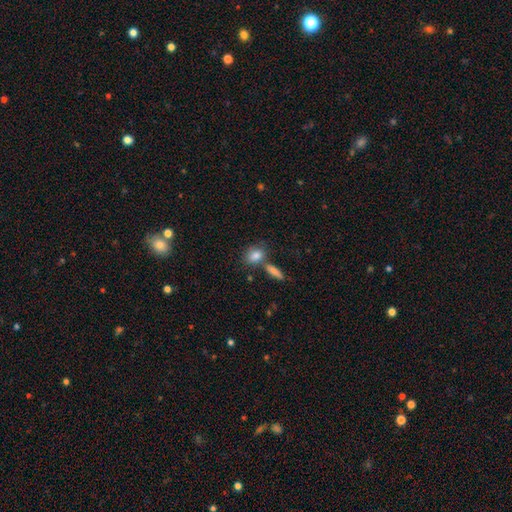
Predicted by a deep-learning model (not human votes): smooth 84%, featured or disk 9%, star or artifact 8%. Down the decision tree: how rounded — in between (74%); merging — none (56%).